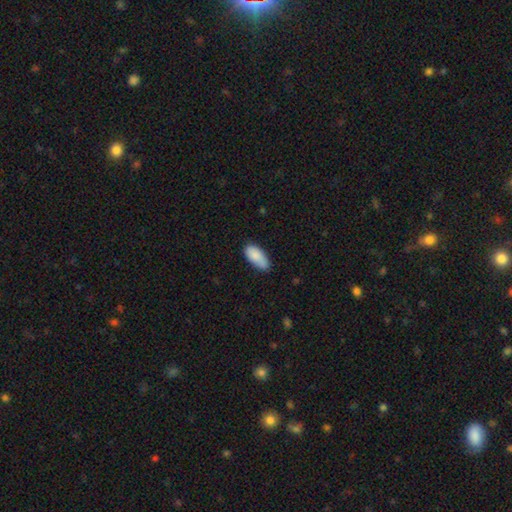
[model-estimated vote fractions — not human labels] The model was most divided on "merging": none: 69%, minor disturbance: 25%, major disturbance: 4%, merger: 2%. More confident: how rounded — in between (89%); smooth or featured — smooth (86%).